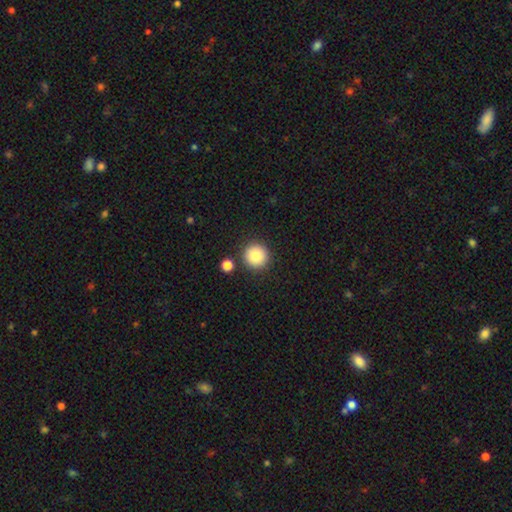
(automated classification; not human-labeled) Smooth or featured?
  - smooth: 84% *
  - star or artifact: 9%
  - featured or disk: 6%
How rounded?
  - round: 95% *
  - in between: 4%
  - cigar-shaped: 1%
Merging?
  - none: 86% *
  - minor disturbance: 6%
  - merger: 5%
  - major disturbance: 2%